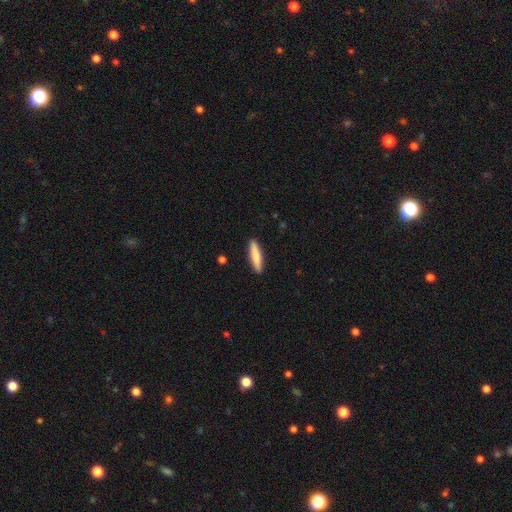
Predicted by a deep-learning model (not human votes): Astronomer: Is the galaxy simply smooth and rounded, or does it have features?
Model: smooth — 80%.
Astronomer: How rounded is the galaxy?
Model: cigar-shaped — 85%.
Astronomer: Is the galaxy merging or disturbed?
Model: none — 91%.